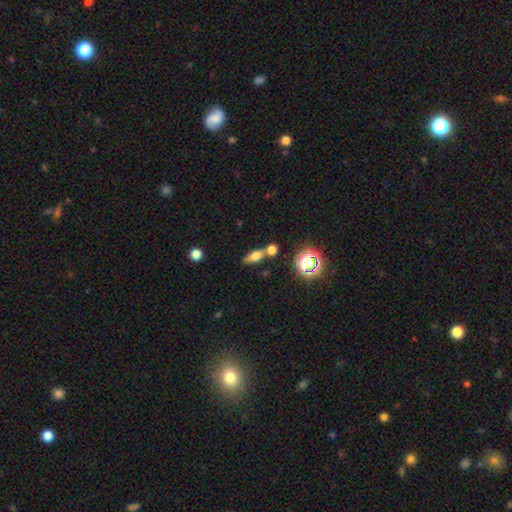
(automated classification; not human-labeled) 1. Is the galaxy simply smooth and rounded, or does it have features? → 60% smooth, 24% featured or disk, 16% star or artifact.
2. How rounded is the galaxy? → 59% in between, 29% cigar-shaped, 13% round.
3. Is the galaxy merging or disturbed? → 59% none, 25% merger, 12% minor disturbance, 4% major disturbance.